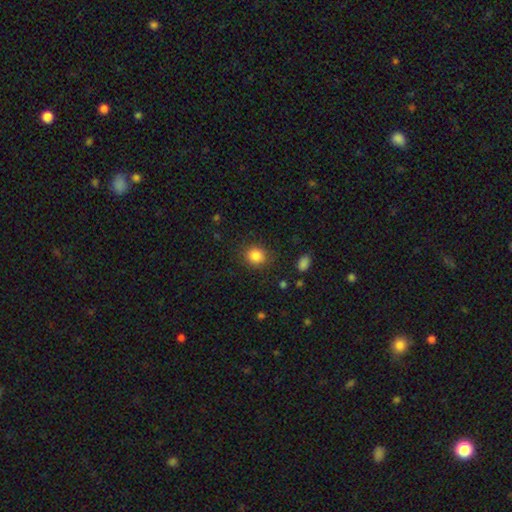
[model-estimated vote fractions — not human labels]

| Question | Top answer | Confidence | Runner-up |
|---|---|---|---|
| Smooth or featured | smooth | 85% | star or artifact (10%) |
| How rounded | round | 76% | in between (23%) |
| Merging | none | 85% | minor disturbance (11%) |